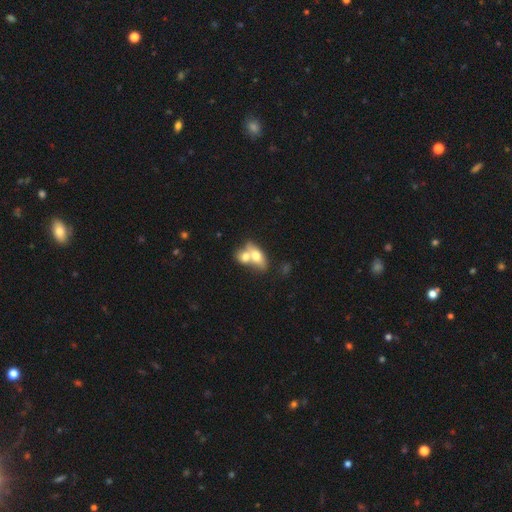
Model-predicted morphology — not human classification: This is likely a smooth galaxy (66%). How rounded: likely in between (78%). Merging: likely merger (73%).